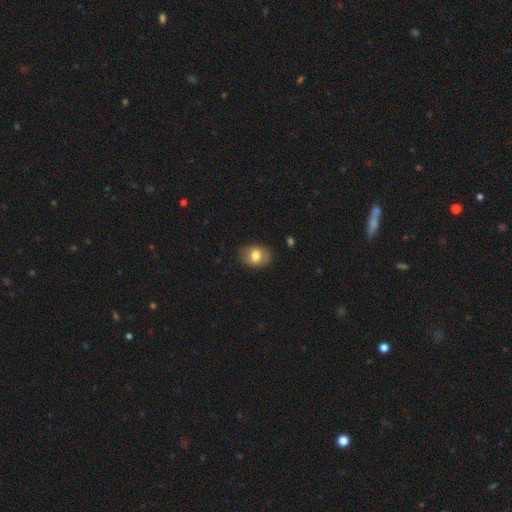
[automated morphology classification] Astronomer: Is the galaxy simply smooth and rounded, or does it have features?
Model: smooth — 75%.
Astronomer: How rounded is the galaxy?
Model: in between — 65%.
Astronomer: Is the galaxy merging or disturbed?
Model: none — 83%.